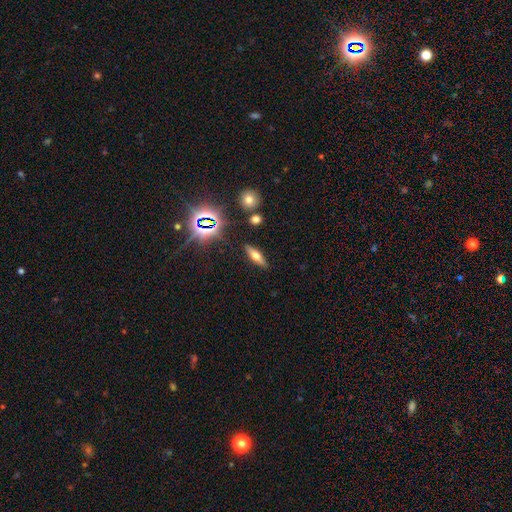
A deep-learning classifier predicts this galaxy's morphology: Smooth or featured? Predicted: smooth (p=0.42). Merging? Predicted: none (p=0.87).